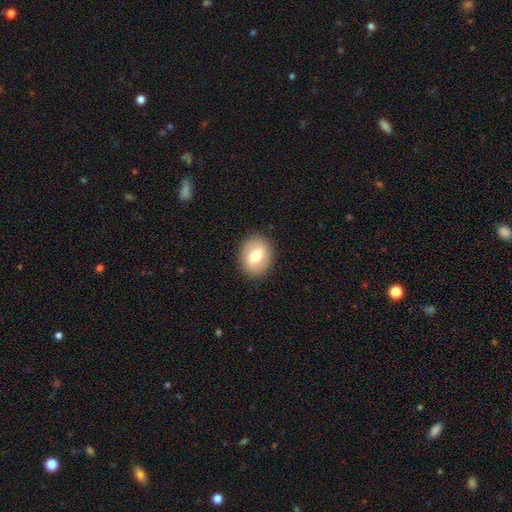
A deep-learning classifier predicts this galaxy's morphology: A smooth galaxy with no disk features (64%) that is in between round and cigar-shaped (52%).

Vote fractions:
- Smooth or featured? smooth: 64% / featured or disk: 28% / star or artifact: 8%
- How rounded? in between: 52% / round: 47% / cigar-shaped: 1%
- Merging? none: 88% / minor disturbance: 9% / major disturbance: 3% / merger: 1%